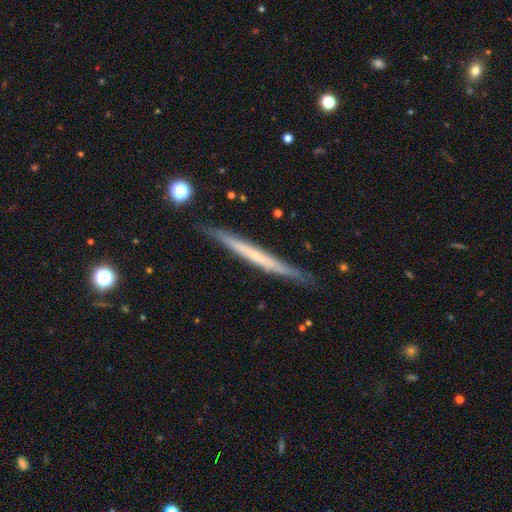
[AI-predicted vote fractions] This appears to be a featured or disk galaxy (57%) viewed edge-on (96%) with no central bulge (81%). Merging: none (88%).